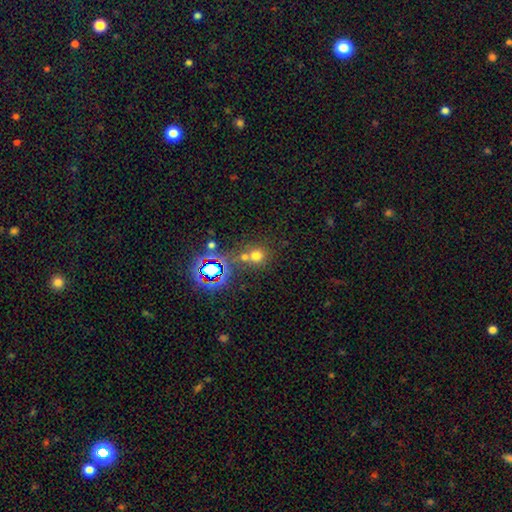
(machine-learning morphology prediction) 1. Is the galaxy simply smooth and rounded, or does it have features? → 65% smooth, 26% star or artifact, 9% featured or disk.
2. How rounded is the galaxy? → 86% round, 13% in between, 1% cigar-shaped.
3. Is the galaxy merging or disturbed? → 55% none, 32% merger, 8% minor disturbance, 4% major disturbance.